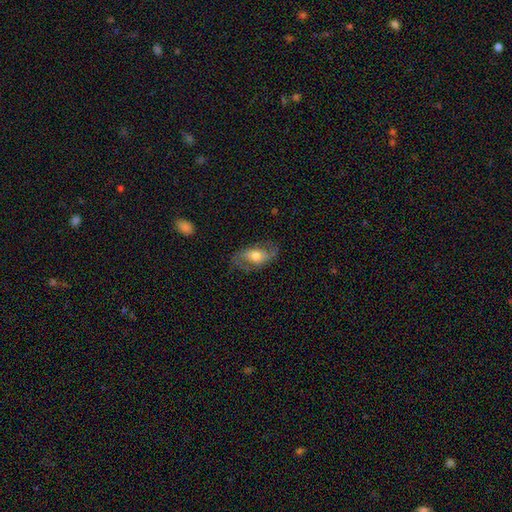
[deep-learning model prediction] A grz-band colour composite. It shows a featured or disk galaxy (63%) with no bar (55%), spiral arms (83%) and a moderate central bulge (65%). Merging: none (68%).